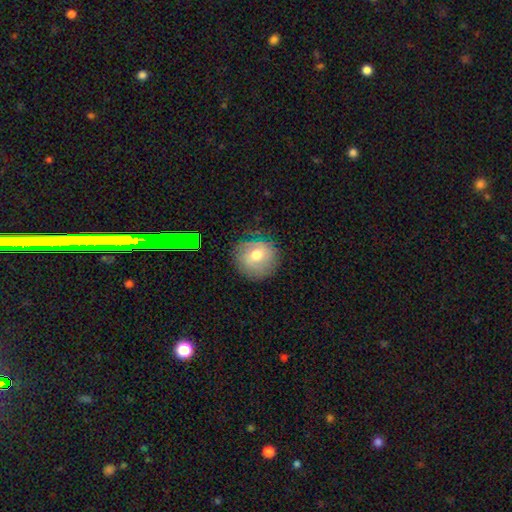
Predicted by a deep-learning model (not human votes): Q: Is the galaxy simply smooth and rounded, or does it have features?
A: smooth — 66%.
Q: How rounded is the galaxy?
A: round — 87%.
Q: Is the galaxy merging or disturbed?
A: none — 76%.